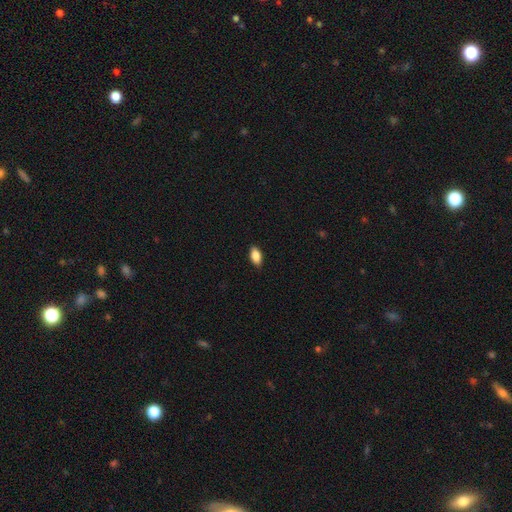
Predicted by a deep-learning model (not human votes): Smooth or featured: smooth — 86% (star or artifact — 7%)
How rounded: in between — 91% (cigar-shaped — 5%)
Merging: none — 87% (minor disturbance — 11%)